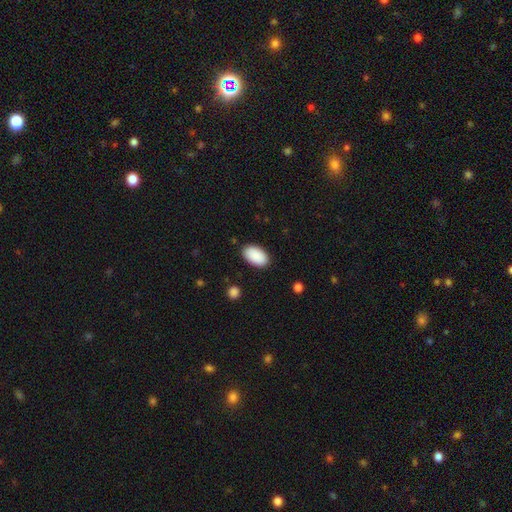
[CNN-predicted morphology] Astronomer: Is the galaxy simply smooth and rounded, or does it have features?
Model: smooth — 91%.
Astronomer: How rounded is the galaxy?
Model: in between — 96%.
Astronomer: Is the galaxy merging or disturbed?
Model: none — 88%.